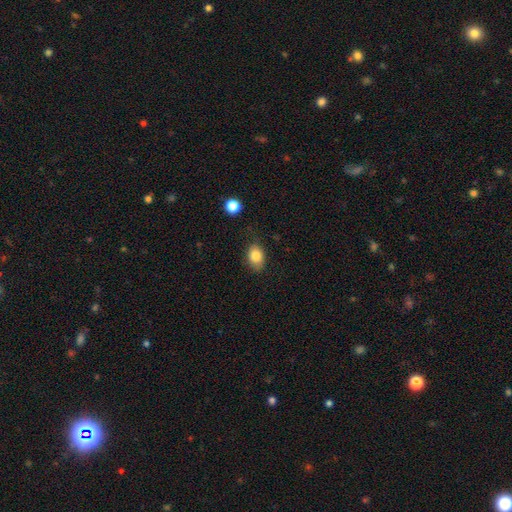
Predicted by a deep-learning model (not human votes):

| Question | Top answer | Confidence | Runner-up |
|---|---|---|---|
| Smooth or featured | smooth | 83% | star or artifact (9%) |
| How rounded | in between | 73% | round (26%) |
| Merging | none | 75% | minor disturbance (19%) |